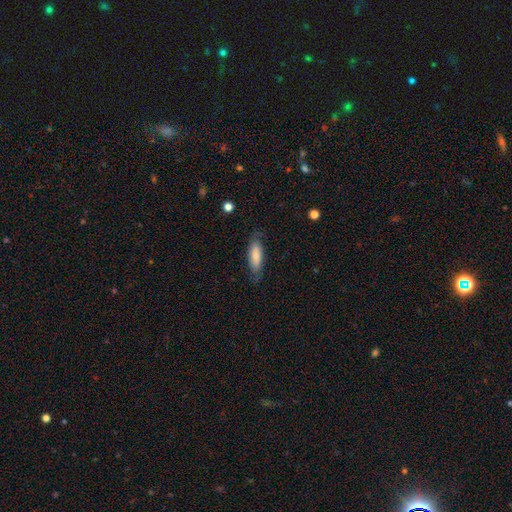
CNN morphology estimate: smooth 73%, featured or disk 21%, star or artifact 6%. Down the decision tree: how rounded — in between (61%); merging — none (74%).